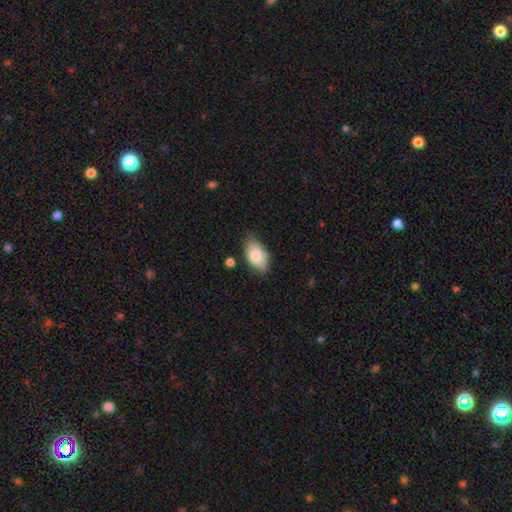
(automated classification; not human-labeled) Smooth or featured? Predicted: smooth (p=0.84). How rounded? Predicted: in between (p=0.93). Merging? Predicted: none (p=0.71).